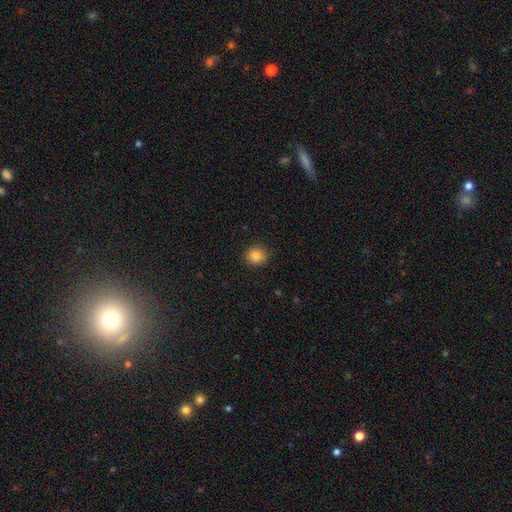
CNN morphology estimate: This appears to be a smooth galaxy with no disk features (87%) that is round (77%). Merging: none (87%).